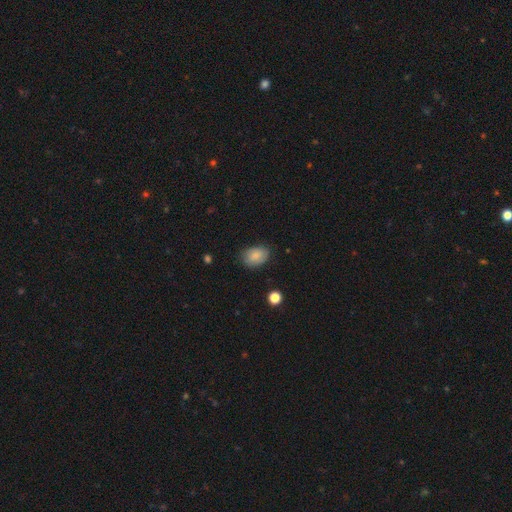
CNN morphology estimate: Smooth or featured? Predicted: smooth (p=0.84). How rounded? Predicted: in between (p=0.82). Merging? Predicted: none (p=0.78).